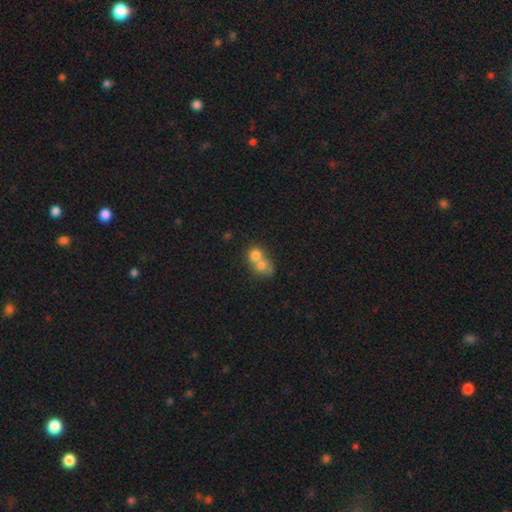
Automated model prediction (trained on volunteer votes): Q: Smooth or featured?
A: smooth (73%); runner-up: featured or disk (16%)
Q: How rounded?
A: round (69%); runner-up: in between (30%)
Q: Merging?
A: merger (69%); runner-up: none (23%)